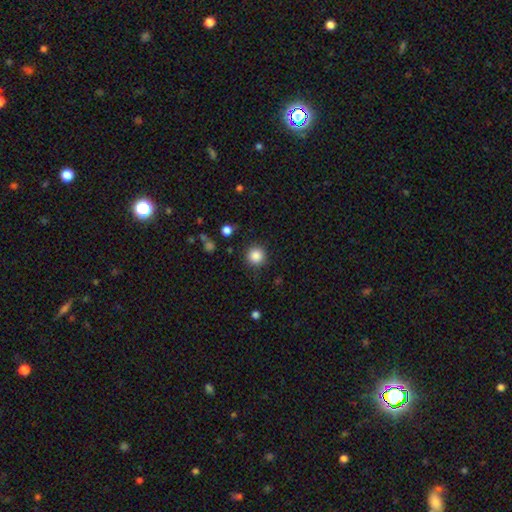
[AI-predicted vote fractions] smooth_or_featured: smooth (p=0.86) [alt: star or artifact p=0.10]
how_rounded: round (p=0.95) [alt: in between p=0.05]
merging: none (p=0.89) [alt: minor disturbance p=0.07]